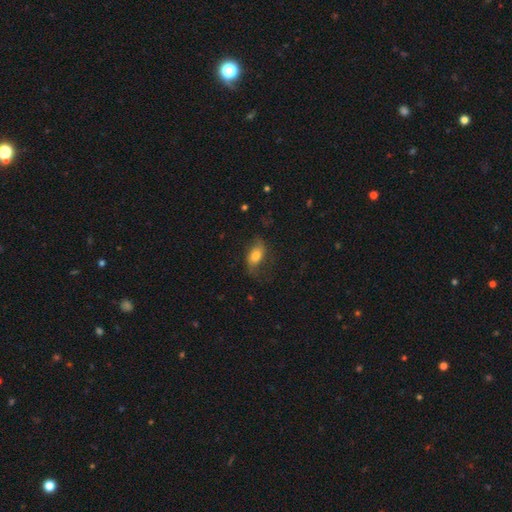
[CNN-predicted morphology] smooth-or-featured: smooth: 55% | featured or disk: 36% | star or artifact: 9%
  how-rounded: in between: 84% | round: 9% | cigar-shaped: 7%
  merging: none: 61% | minor disturbance: 23% | major disturbance: 14% | merger: 2%